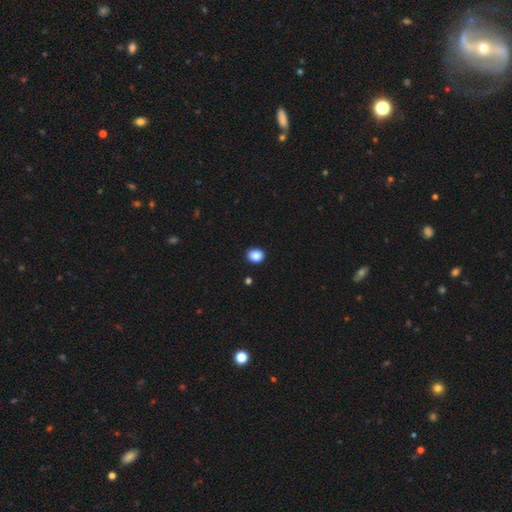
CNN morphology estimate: This appears to be a smooth galaxy with no disk features (87%) that is round (63%). Merging: none (92%).